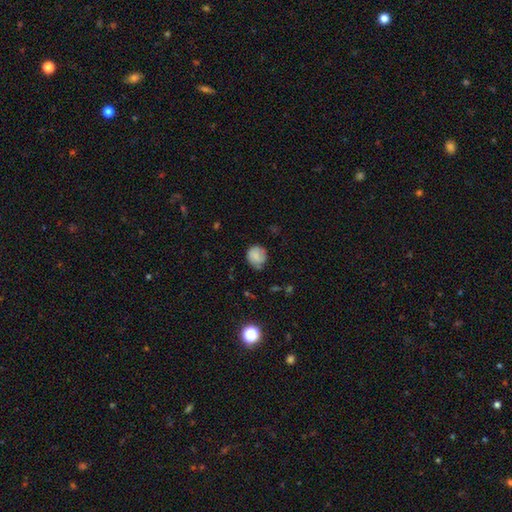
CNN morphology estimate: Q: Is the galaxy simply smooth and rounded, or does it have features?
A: smooth — 71%.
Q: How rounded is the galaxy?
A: round — 76%.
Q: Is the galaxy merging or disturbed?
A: none — 60%.